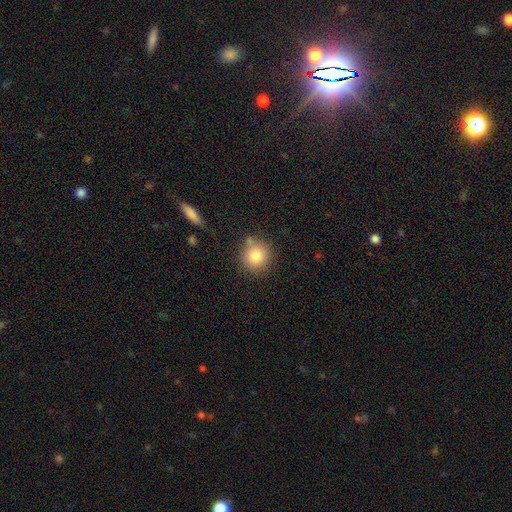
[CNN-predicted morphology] Q: Smooth or featured?
A: smooth (81%); runner-up: star or artifact (10%)
Q: How rounded?
A: round (90%); runner-up: in between (9%)
Q: Merging?
A: none (72%); runner-up: minor disturbance (15%)